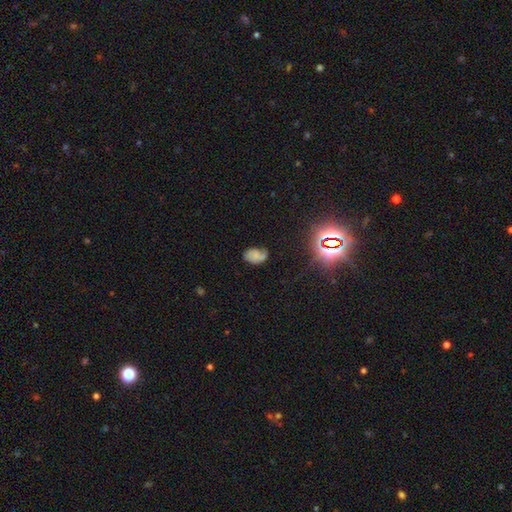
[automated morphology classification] A smooth galaxy with no disk features (50%).

Vote fractions:
- Smooth or featured? smooth: 50% / featured or disk: 35% / star or artifact: 16%
- Merging? none: 54% / minor disturbance: 30% / major disturbance: 12% / merger: 4%